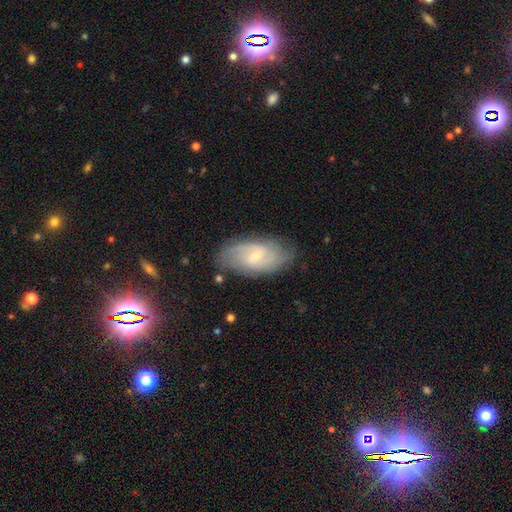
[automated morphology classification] Smooth or featured?
  - featured or disk: 71% *
  - smooth: 21%
  - star or artifact: 8%
Edge-on disk?
  - no: 94% *
  - yes: 6%
Bar?
  - weak: 56% *
  - no: 32%
  - strong: 12%
Spiral arms?
  - yes: 91% *
  - no: 9%
Spiral winding?
  - medium: 42% *
  - tight: 37%
  - loose: 20%
Spiral arm count?
  - 2: 53% *
  - can't tell: 29%
  - 3: 9%
  - 4: 4%
  - 1: 3%
  - more than 4: 3%
Bulge size?
  - small: 72% *
  - moderate: 22%
  - none: 4%
  - large: 1%
  - dominant: 1%
Merging?
  - none: 77% *
  - minor disturbance: 17%
  - major disturbance: 4%
  - merger: 2%